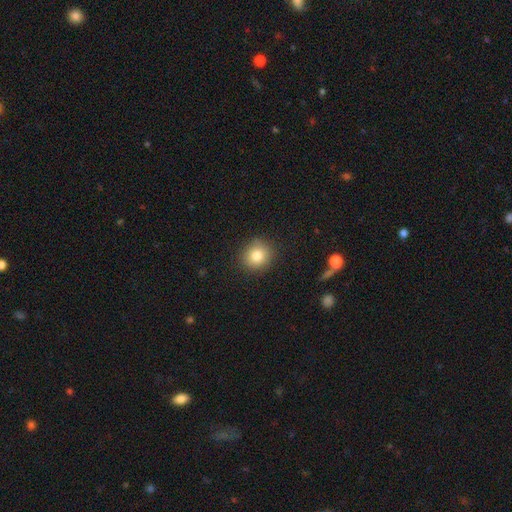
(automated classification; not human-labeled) smooth_or_featured: smooth (p=0.82) [alt: star or artifact p=0.11]
how_rounded: round (p=0.84) [alt: in between p=0.15]
merging: none (p=0.88) [alt: minor disturbance p=0.09]